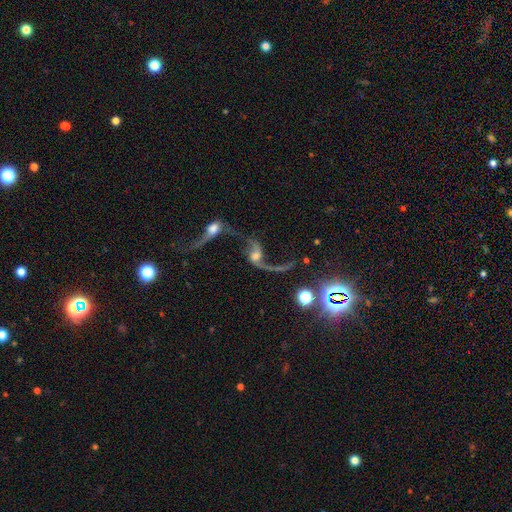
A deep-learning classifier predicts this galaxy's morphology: Smooth or featured: featured or disk — 82% (smooth — 10%)
Edge-on disk: no — 95% (yes — 5%)
Bar: no — 54% (weak — 33%)
Spiral arms: yes — 90% (no — 10%)
Spiral winding: loose — 92% (medium — 6%)
Spiral arm count: 2 — 82% (1 — 12%)
Bulge size: moderate — 48% (small — 29%)
Merging: merger — 57% (none — 20%)